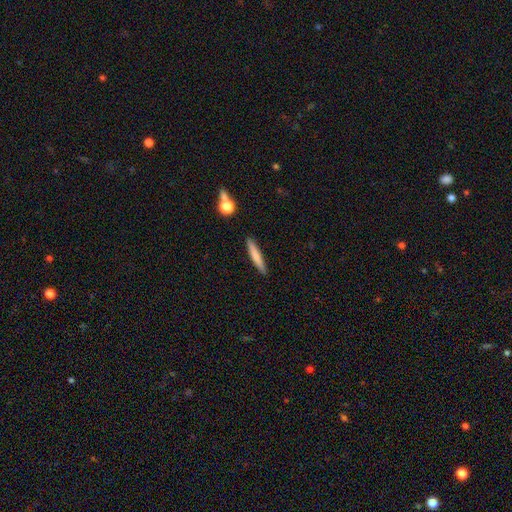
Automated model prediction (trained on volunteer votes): Q: Smooth or featured?
A: smooth (71%); runner-up: featured or disk (23%)
Q: How rounded?
A: cigar-shaped (93%); runner-up: in between (5%)
Q: Merging?
A: none (89%); runner-up: minor disturbance (7%)